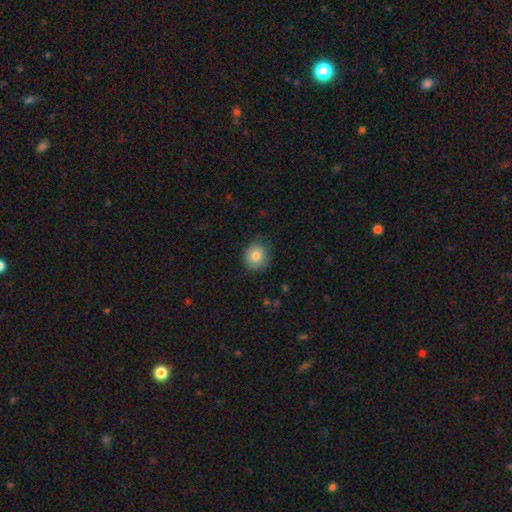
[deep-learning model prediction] A smooth galaxy with no disk features (80%) that is round (82%).

Vote fractions:
- Smooth or featured? smooth: 80% / featured or disk: 11% / star or artifact: 9%
- How rounded? round: 82% / in between: 17% / cigar-shaped: 1%
- Merging? none: 78% / minor disturbance: 17% / major disturbance: 4% / merger: 1%